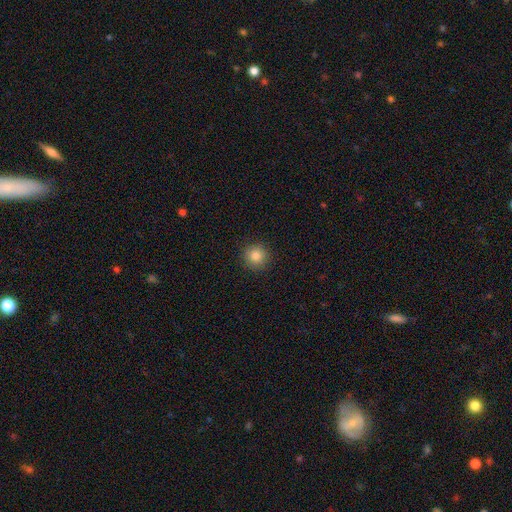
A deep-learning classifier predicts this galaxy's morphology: type=smooth (84%); roundness=round (94%); merging=none (91%).